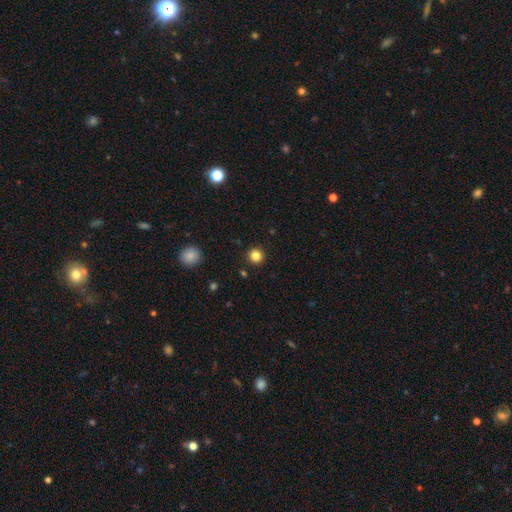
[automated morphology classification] Smooth or featured? Predicted: smooth (p=0.83). How rounded? Predicted: round (p=0.94). Merging? Predicted: none (p=0.92).